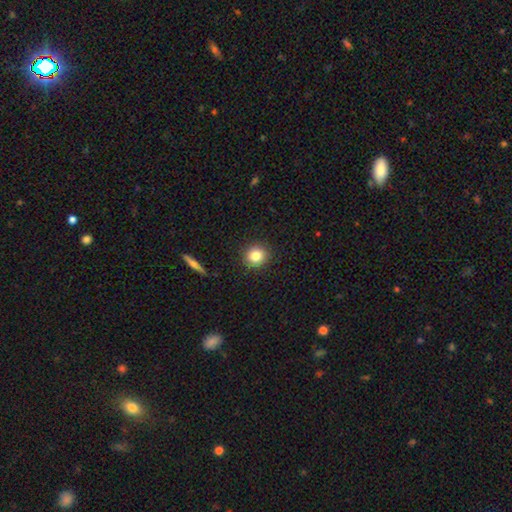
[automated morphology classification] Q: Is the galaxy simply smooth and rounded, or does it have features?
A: smooth — 82%.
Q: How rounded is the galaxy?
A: round — 90%.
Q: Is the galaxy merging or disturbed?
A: none — 91%.